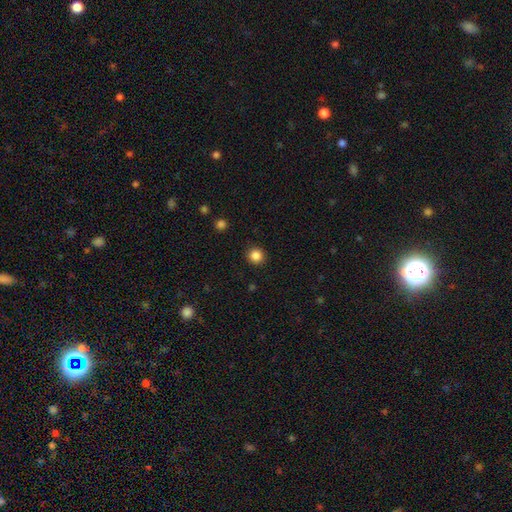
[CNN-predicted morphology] Smooth or featured: smooth — 86% (star or artifact — 11%)
How rounded: round — 93% (in between — 6%)
Merging: none — 92% (minor disturbance — 5%)